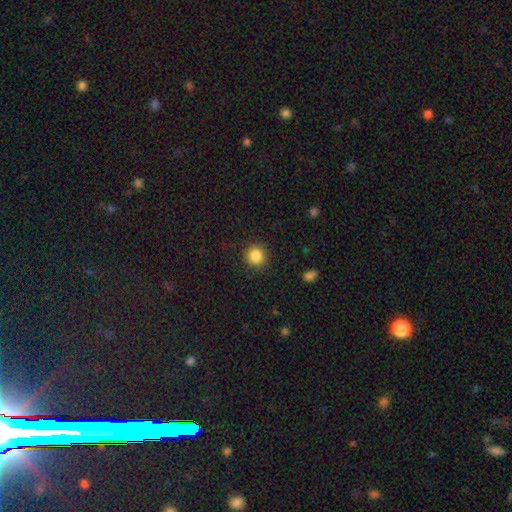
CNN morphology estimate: Smooth or featured? Predicted: smooth (p=0.86). How rounded? Predicted: round (p=0.92). Merging? Predicted: none (p=0.89).